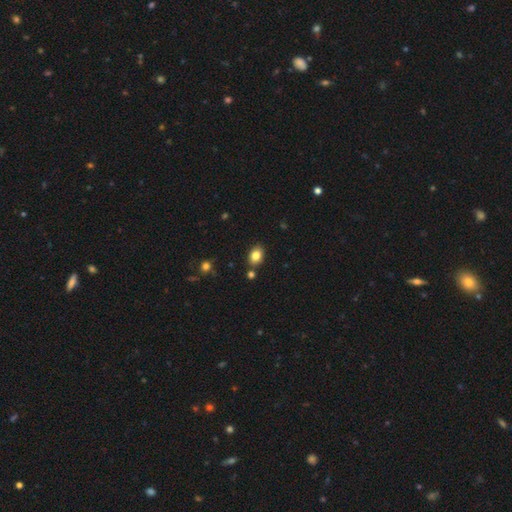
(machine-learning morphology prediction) smooth_or_featured: smooth (p=0.83) [alt: star or artifact p=0.10]
how_rounded: in between (p=0.76) [alt: round p=0.23]
merging: none (p=0.81) [alt: minor disturbance p=0.11]